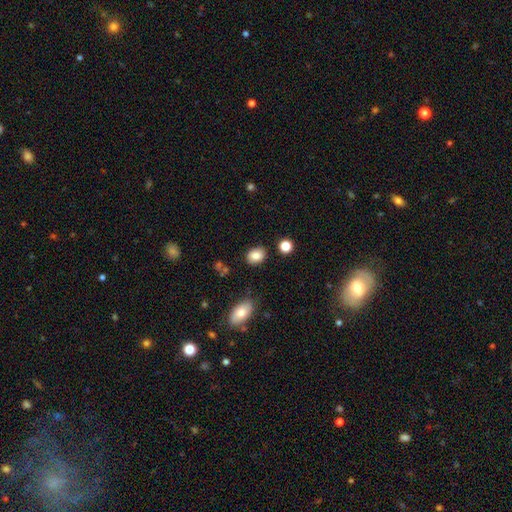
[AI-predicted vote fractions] Morphology: type=smooth (84%); roundness=in between (62%); merging=none (83%).